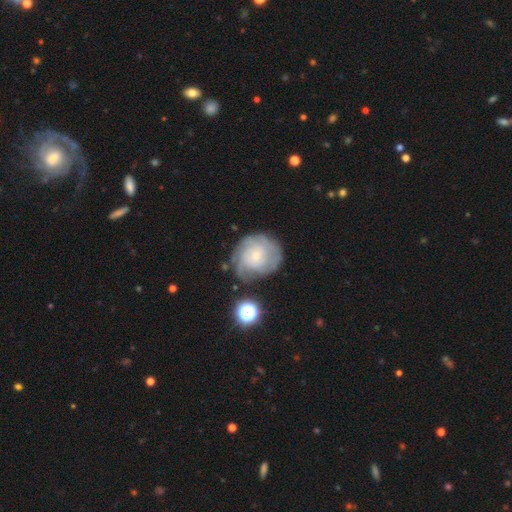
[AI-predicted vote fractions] Overall: featured or disk (75%). Edge-on disk: no (98%). Bar: no (74%). Spiral arms: yes (92%). Spiral arm count: can't tell (43%; 3 18%). Spiral winding: tight (69%). Bulge size: small (71%). Merging: none (64%).